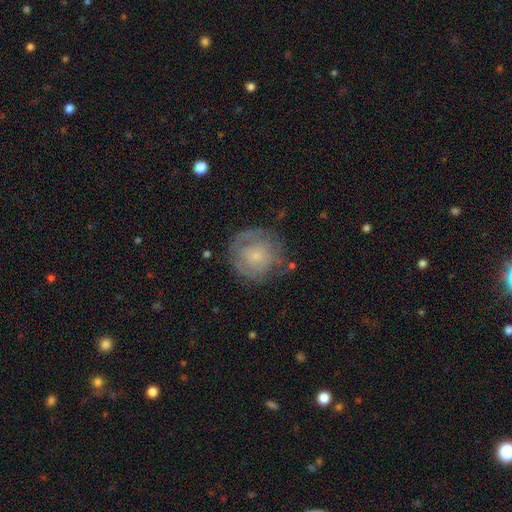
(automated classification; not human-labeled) smooth 47%, featured or disk 45%, star or artifact 8%. Down the decision tree: merging — none (65%).